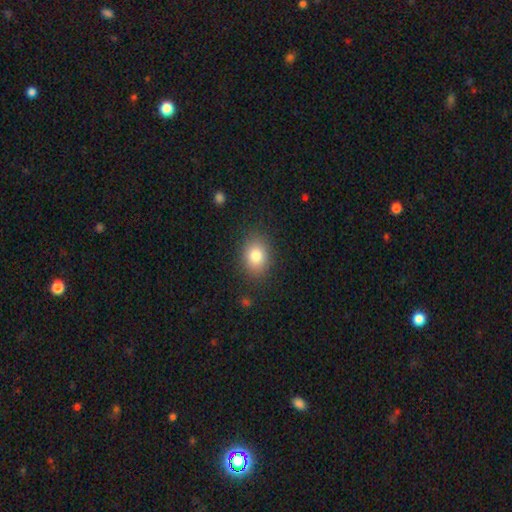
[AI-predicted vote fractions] The model was most divided on "how rounded": in between: 60%, round: 39%, cigar-shaped: 1%. More confident: merging — none (85%); smooth or featured — smooth (83%).